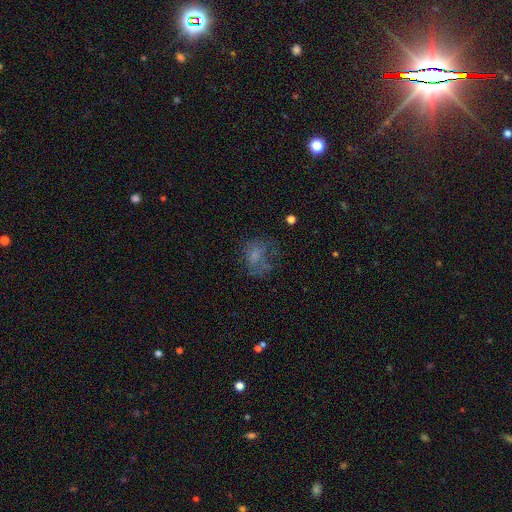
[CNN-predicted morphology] The model was most divided on "how rounded": round: 51%, in between: 48%, cigar-shaped: 1%. Remaining: smooth or featured — smooth (52%); merging — none (48%).